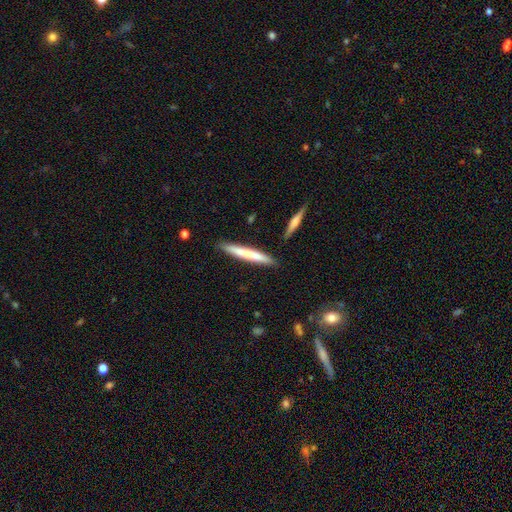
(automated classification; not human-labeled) Smooth or featured? smooth (66%)
How rounded? cigar-shaped (95%)
Merging? none (87%)